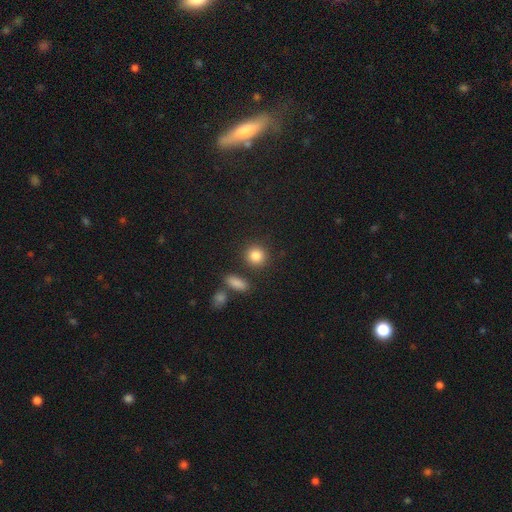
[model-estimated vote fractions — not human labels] Smooth or featured? smooth (85%)
How rounded? round (85%)
Merging? none (83%)